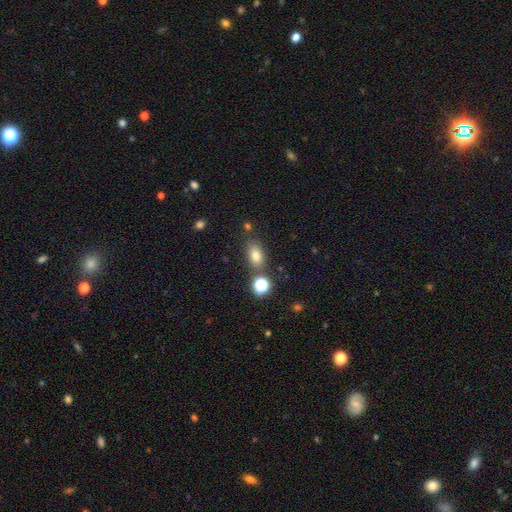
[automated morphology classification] Q: Smooth or featured?
A: smooth (77%); runner-up: star or artifact (14%)
Q: How rounded?
A: in between (81%); runner-up: round (16%)
Q: Merging?
A: none (74%); runner-up: minor disturbance (12%)